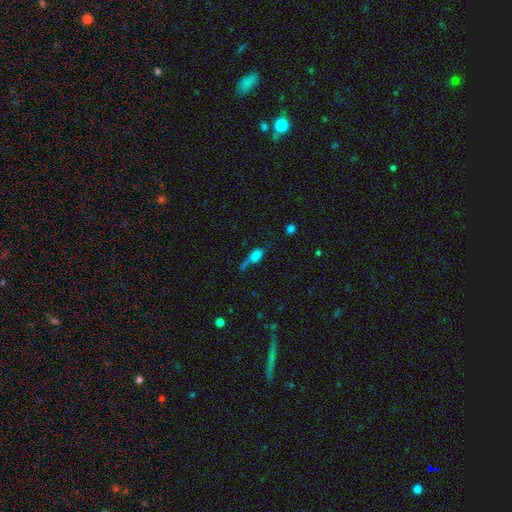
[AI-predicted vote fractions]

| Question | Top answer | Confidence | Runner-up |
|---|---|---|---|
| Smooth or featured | smooth | 64% | featured or disk (23%) |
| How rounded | in between | 69% | cigar-shaped (16%) |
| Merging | major disturbance | 31% | none (29%) |